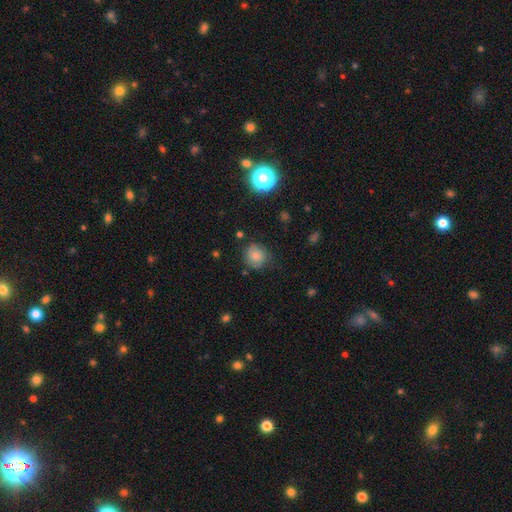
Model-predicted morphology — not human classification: Q: Smooth or featured?
A: smooth (76%); runner-up: star or artifact (12%)
Q: How rounded?
A: round (83%); runner-up: in between (16%)
Q: Merging?
A: none (73%); runner-up: minor disturbance (20%)